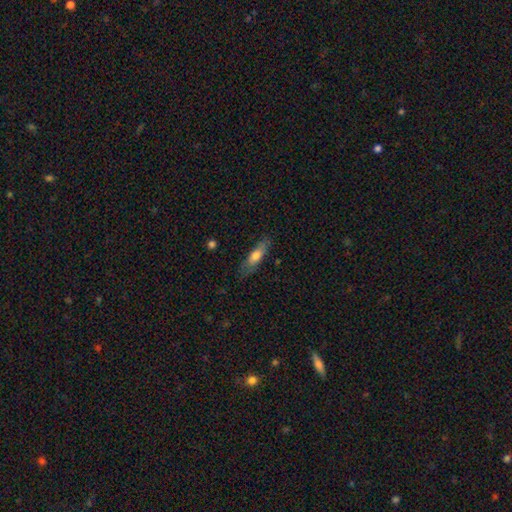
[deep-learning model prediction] This is likely a smooth galaxy (67%). How rounded: possibly cigar-shaped (57%). Merging: likely none (77%).